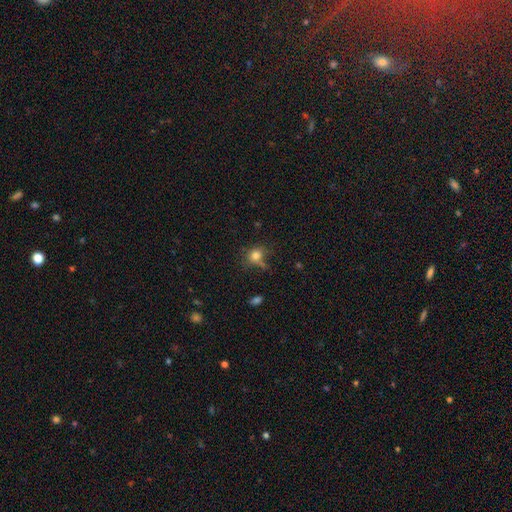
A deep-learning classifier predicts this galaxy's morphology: The model was most divided on "how rounded": round: 63%, in between: 36%, cigar-shaped: 2%. More confident: smooth or featured — smooth (78%); merging — none (58%).